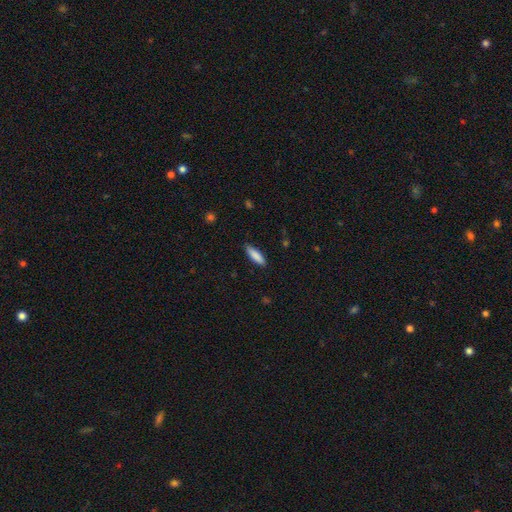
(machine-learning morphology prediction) Q: Smooth or featured?
A: smooth (86%); runner-up: featured or disk (8%)
Q: How rounded?
A: cigar-shaped (55%); runner-up: in between (43%)
Q: Merging?
A: none (85%); runner-up: minor disturbance (12%)